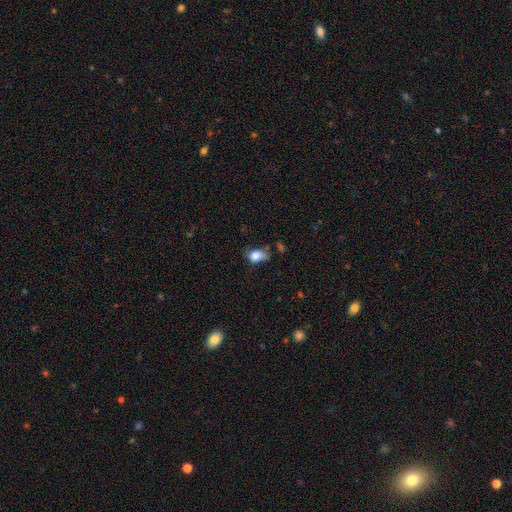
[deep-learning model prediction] The model was most divided on "merging": minor disturbance: 39%, none: 34%, major disturbance: 20%, merger: 6%. More confident: smooth or featured — smooth (81%); how rounded — in between (78%).